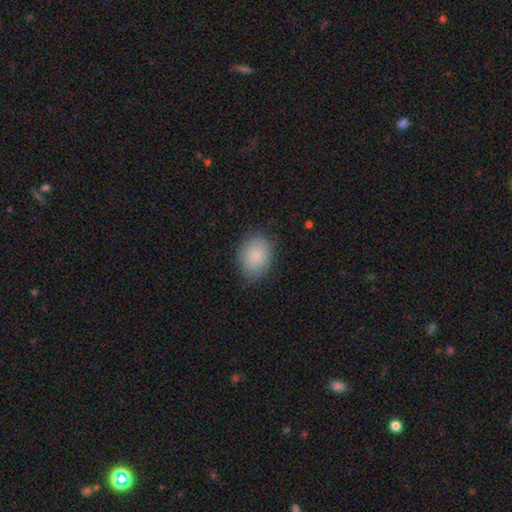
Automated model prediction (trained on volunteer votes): This appears to be a smooth galaxy with no disk features (85%) that is in between round and cigar-shaped (58%). Merging: none (80%).